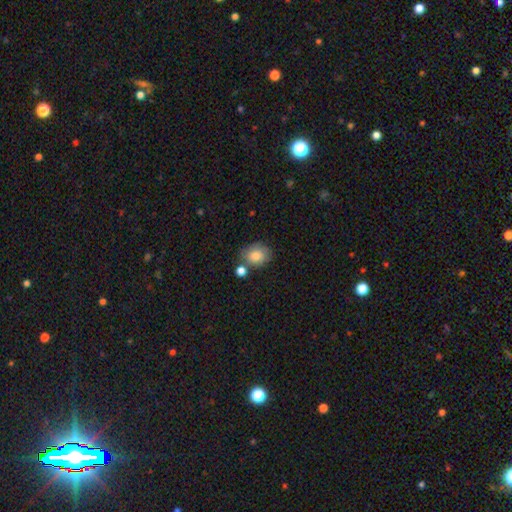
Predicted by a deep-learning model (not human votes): Overall: smooth (83%). How rounded: in between (52%; round 47%). Merging: none (63%).